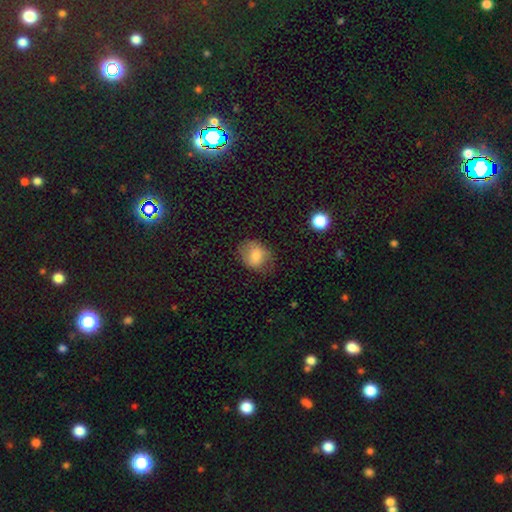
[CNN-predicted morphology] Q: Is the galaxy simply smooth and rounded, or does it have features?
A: smooth — 73%.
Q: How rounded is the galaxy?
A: round — 51%.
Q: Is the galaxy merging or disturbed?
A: none — 67%.